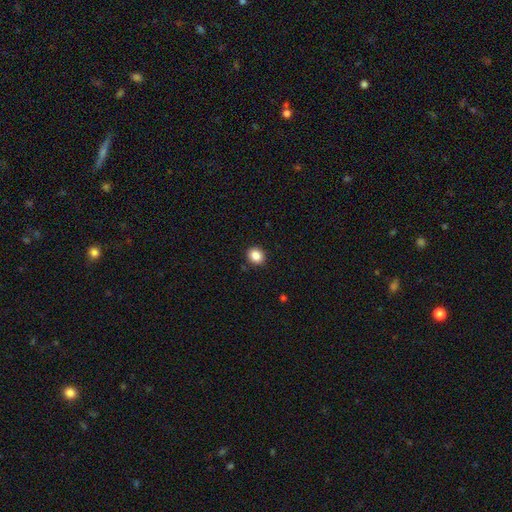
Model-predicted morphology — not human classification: A smooth galaxy with no disk features (86%) that is round (71%). Merging: none (90%).